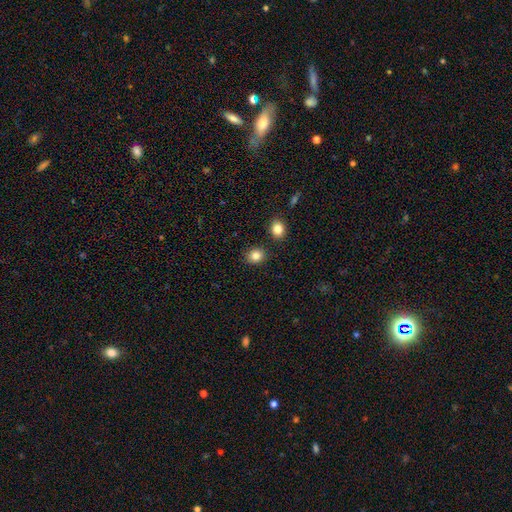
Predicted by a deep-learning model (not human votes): A smooth galaxy with no disk features (84%) that is round (69%).

Vote fractions:
- Smooth or featured? smooth: 84% / star or artifact: 10% / featured or disk: 5%
- How rounded? round: 69% / in between: 30% / cigar-shaped: 1%
- Merging? none: 86% / minor disturbance: 7% / merger: 5% / major disturbance: 2%